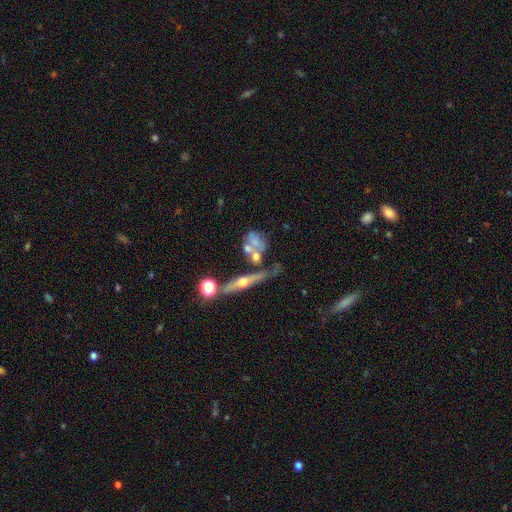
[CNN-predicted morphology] type=featured or disk (54%); edge-on=yes (58%); merging=none (37%).